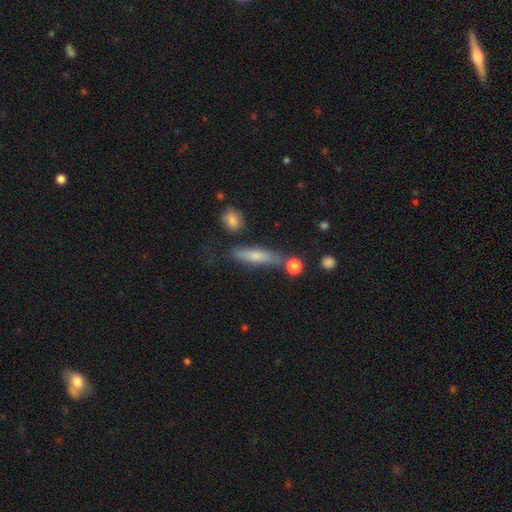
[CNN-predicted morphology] Smooth or featured?
  - smooth: 56% *
  - featured or disk: 35%
  - star or artifact: 10%
How rounded?
  - cigar-shaped: 79% *
  - in between: 17%
  - round: 3%
Merging?
  - none: 64% *
  - minor disturbance: 19%
  - merger: 9%
  - major disturbance: 7%